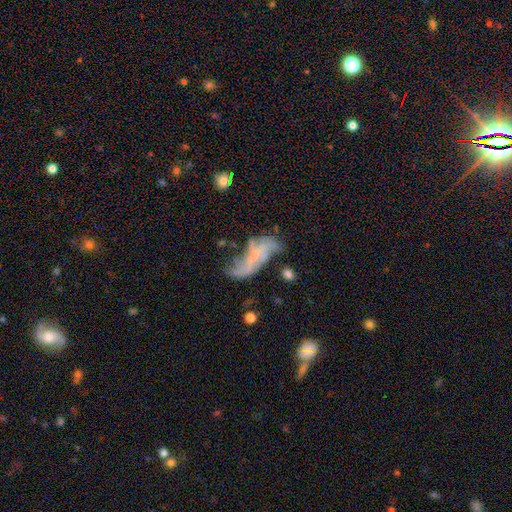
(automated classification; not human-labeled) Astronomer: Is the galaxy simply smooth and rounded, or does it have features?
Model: featured or disk — 56% (runner-up: smooth, 32%).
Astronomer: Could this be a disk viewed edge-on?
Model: no — 89%.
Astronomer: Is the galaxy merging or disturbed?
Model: major disturbance — 35% (runner-up: none, 29%).